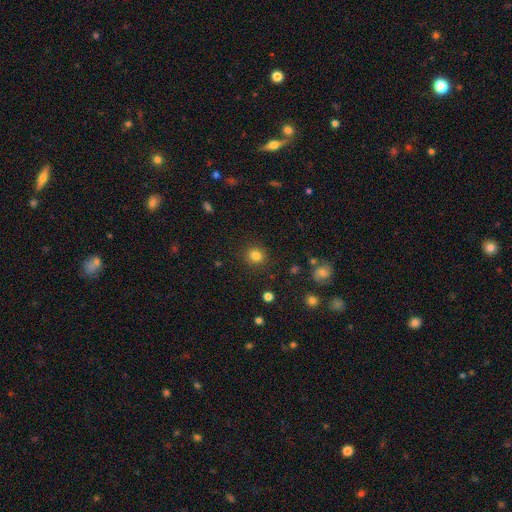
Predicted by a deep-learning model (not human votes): This appears to be a smooth galaxy with no disk features (82%) that is round (85%). Merging: none (90%).